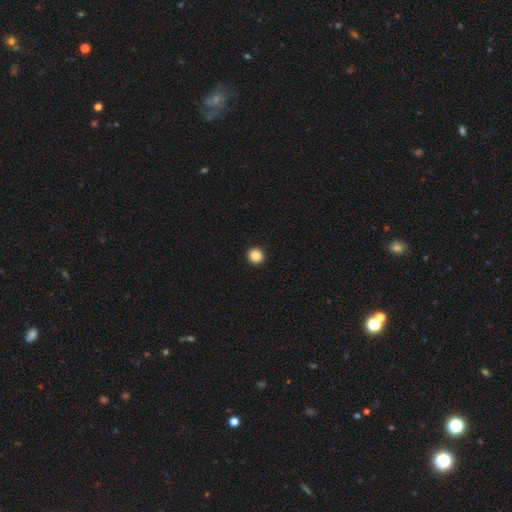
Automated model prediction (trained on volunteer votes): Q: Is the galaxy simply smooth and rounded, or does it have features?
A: smooth — 87%.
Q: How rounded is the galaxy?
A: round — 94%.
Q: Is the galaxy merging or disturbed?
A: none — 94%.